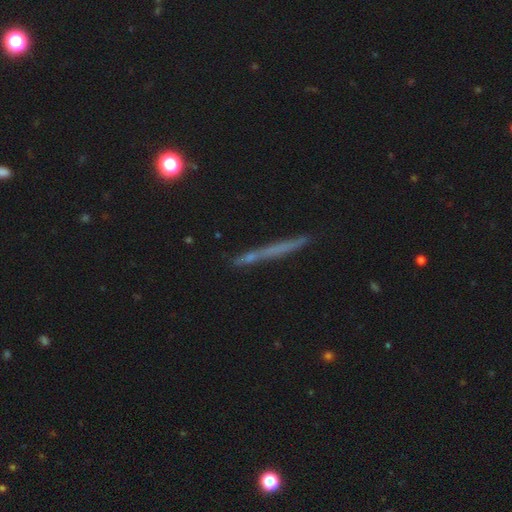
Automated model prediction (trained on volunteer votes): Smooth or featured: smooth — 46% (featured or disk — 44%)
Merging: none — 83% (minor disturbance — 12%)